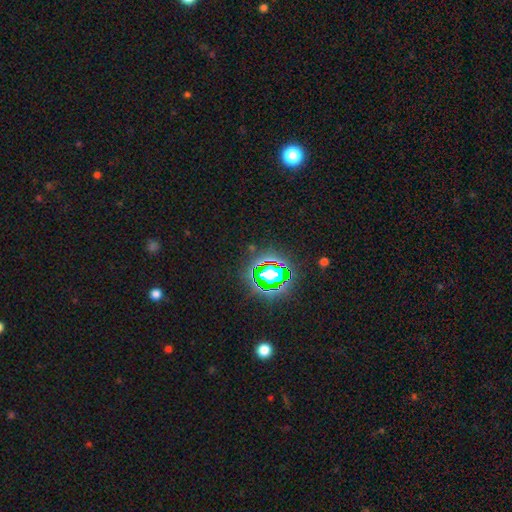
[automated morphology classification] star or artifact 82%, smooth 12%, featured or disk 7%.